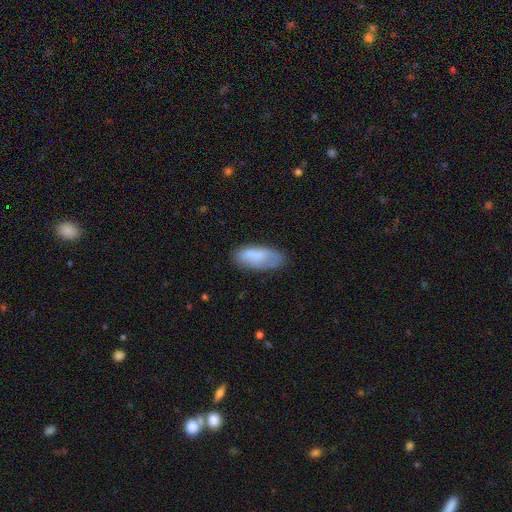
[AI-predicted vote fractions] Overall: smooth (73%). How rounded: in between (84%). Merging: none (63%; minor disturbance 25%).